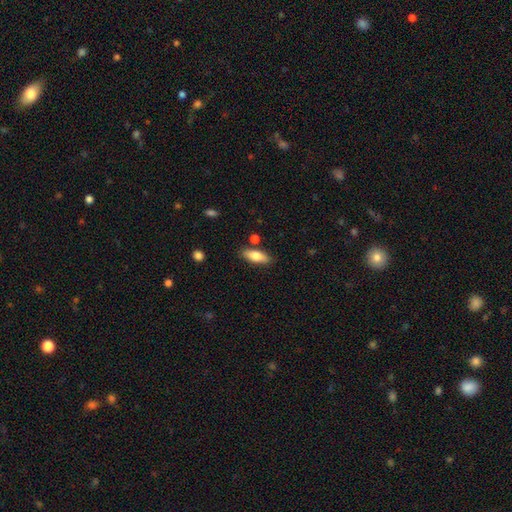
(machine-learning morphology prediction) Overall: smooth (78%). How rounded: in between (71%). Merging: none (81%).